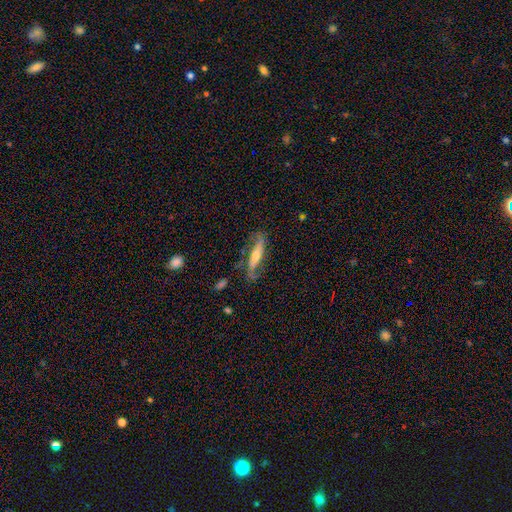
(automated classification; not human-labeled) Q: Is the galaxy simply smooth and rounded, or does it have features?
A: featured or disk — 69%.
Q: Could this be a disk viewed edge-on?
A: no — 53%.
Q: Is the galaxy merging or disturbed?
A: none — 67%.